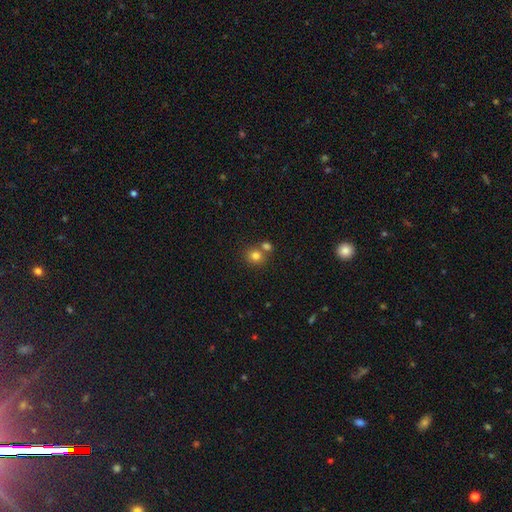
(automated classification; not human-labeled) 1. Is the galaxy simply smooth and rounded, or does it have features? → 80% smooth, 13% star or artifact, 8% featured or disk.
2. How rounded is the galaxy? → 79% round, 20% in between, 1% cigar-shaped.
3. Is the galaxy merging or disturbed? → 55% none, 35% merger, 8% minor disturbance, 3% major disturbance.